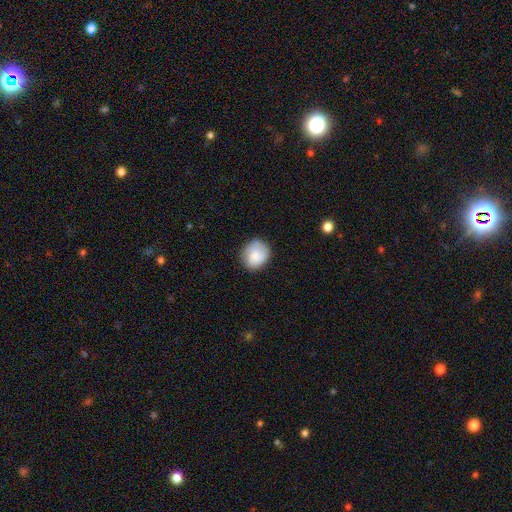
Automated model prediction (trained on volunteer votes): smooth_or_featured: smooth (p=0.78) [alt: featured or disk p=0.15]
how_rounded: round (p=0.70) [alt: in between p=0.29]
merging: none (p=0.79) [alt: minor disturbance p=0.16]